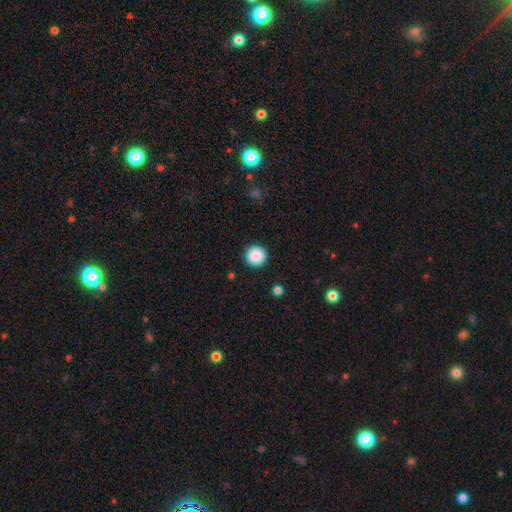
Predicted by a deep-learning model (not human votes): A smooth galaxy with no disk features (88%) that is round (96%).

Vote fractions:
- Smooth or featured? smooth: 88% / star or artifact: 9% / featured or disk: 3%
- How rounded? round: 96% / in between: 3% / cigar-shaped: 1%
- Merging? none: 93% / minor disturbance: 4% / major disturbance: 2% / merger: 1%